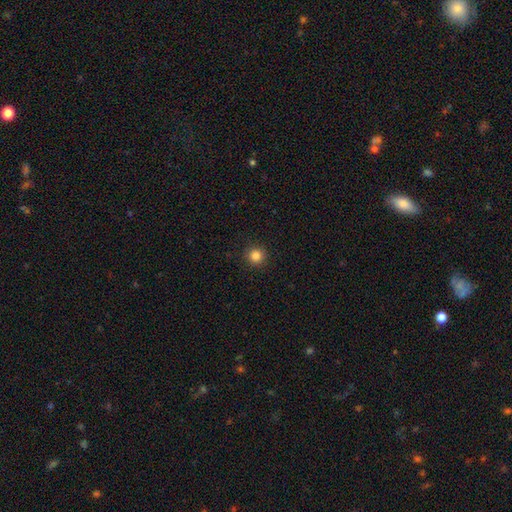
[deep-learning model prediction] smooth-or-featured: smooth: 84% | star or artifact: 12% | featured or disk: 4%
  how-rounded: round: 95% | in between: 4% | cigar-shaped: 1%
  merging: none: 92% | minor disturbance: 5% | major disturbance: 2% | merger: 1%